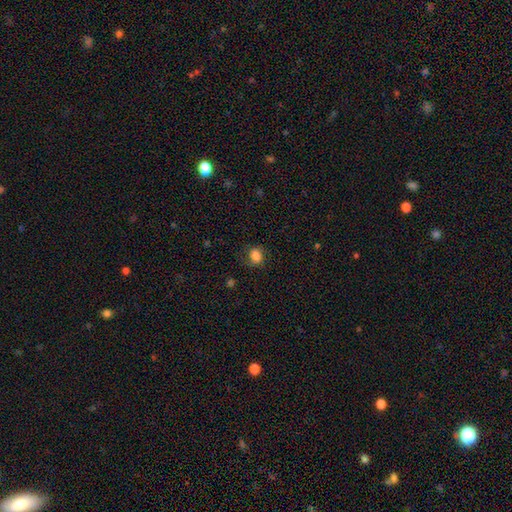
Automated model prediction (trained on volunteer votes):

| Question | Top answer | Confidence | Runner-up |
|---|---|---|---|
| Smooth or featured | smooth | 83% | star or artifact (11%) |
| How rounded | round | 55% | in between (44%) |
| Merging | none | 67% | minor disturbance (22%) |